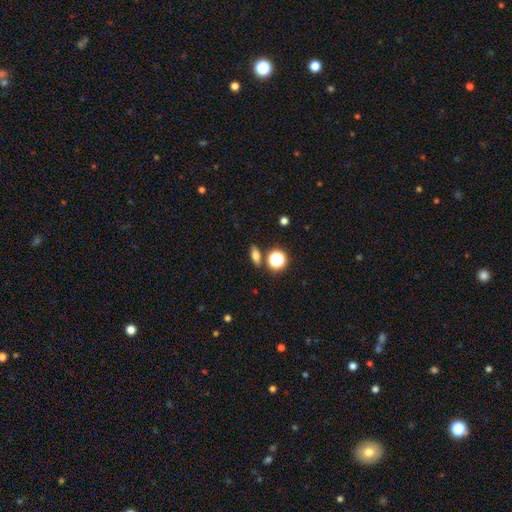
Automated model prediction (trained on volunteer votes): smooth 66%, featured or disk 18%, star or artifact 16%. Down the decision tree: how rounded — in between (61%); merging — none (83%).